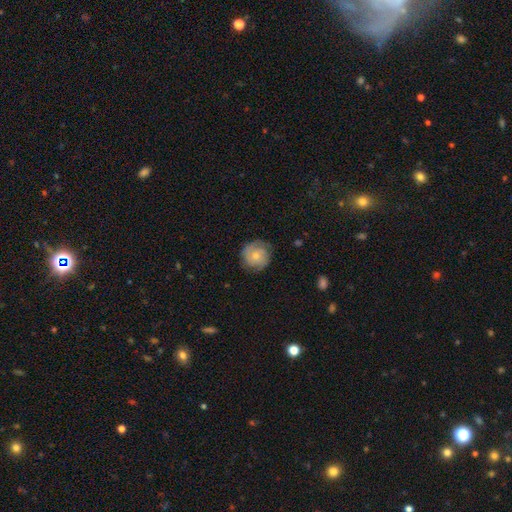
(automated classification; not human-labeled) This is possibly a featured or disk galaxy (56%). It is clearly not viewed edge-on (97%). Bar: likely no (79%). Spiral arm pattern: clearly yes (85%). Central bulge: possibly moderate (53%). Merging: likely none (77%).